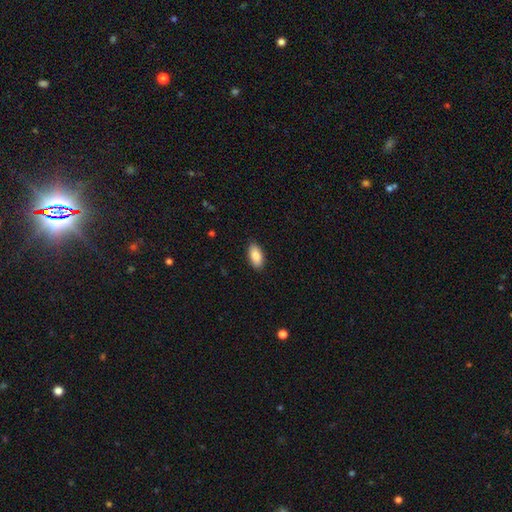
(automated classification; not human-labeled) Smooth or featured? Predicted: smooth (p=0.84). How rounded? Predicted: in between (p=0.93). Merging? Predicted: none (p=0.89).